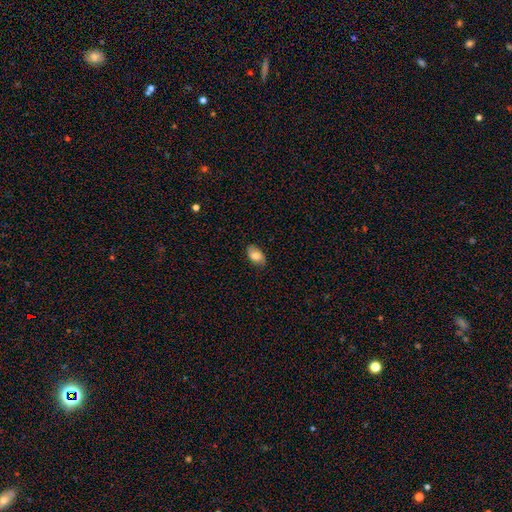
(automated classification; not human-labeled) This appears to be a smooth galaxy with no disk features (80%) that is in between round and cigar-shaped (91%). Merging: none (83%).